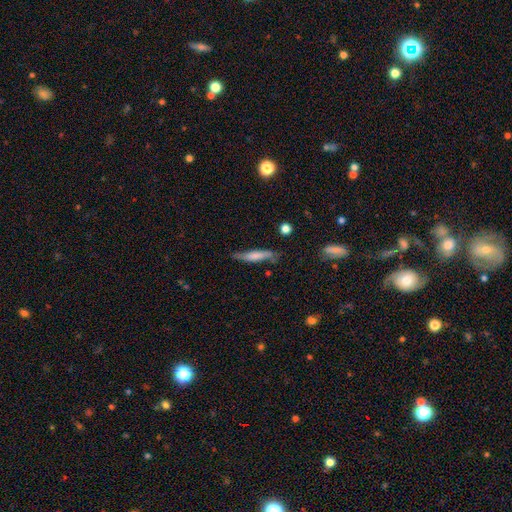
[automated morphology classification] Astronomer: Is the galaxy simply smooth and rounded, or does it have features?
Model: smooth — 64%.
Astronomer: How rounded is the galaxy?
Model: cigar-shaped — 87%.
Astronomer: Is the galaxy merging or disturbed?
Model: none — 67%.